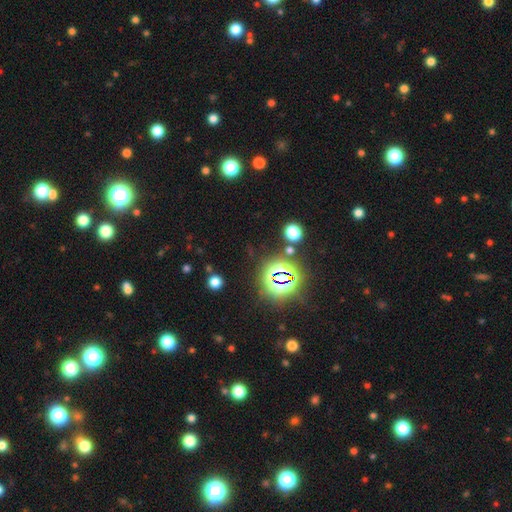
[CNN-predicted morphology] Smooth or featured: star or artifact — 79% (smooth — 13%)